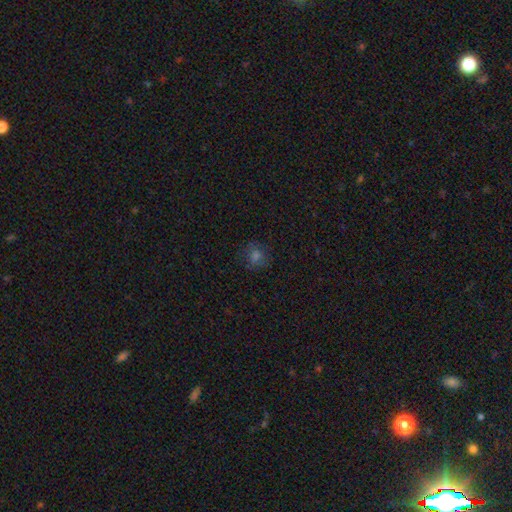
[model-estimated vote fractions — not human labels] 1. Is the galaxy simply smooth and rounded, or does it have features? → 64% smooth, 25% star or artifact, 11% featured or disk.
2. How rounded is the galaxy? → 83% round, 16% in between, 1% cigar-shaped.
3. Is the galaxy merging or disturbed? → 82% none, 13% minor disturbance, 4% major disturbance, 1% merger.